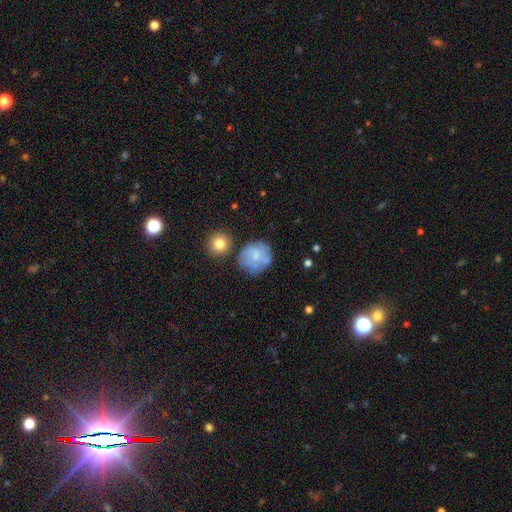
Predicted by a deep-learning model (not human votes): Morphology: type=smooth (61%); roundness=round (87%); merging=none (60%).